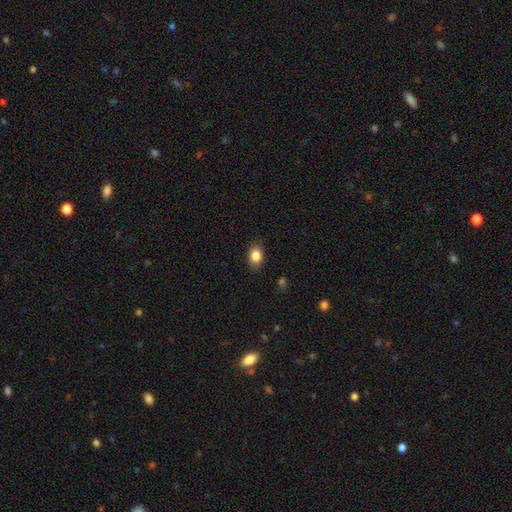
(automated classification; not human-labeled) A smooth galaxy with no disk features (85%) that is in between round and cigar-shaped (81%). Merging: none (85%).